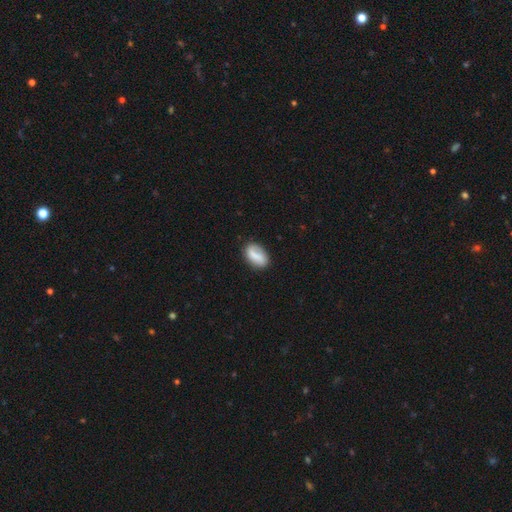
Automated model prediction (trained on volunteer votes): Smooth or featured: smooth — 69% (featured or disk — 24%)
How rounded: in between — 89% (round — 7%)
Merging: none — 77% (minor disturbance — 16%)